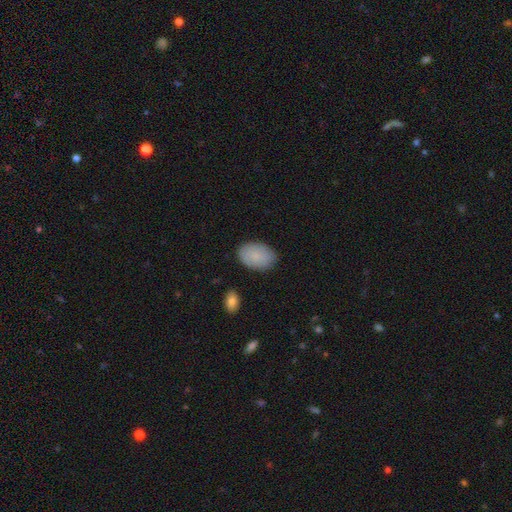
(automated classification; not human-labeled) This appears to be a smooth galaxy with no disk features (84%) that is in between round and cigar-shaped (87%). Merging: none (84%).